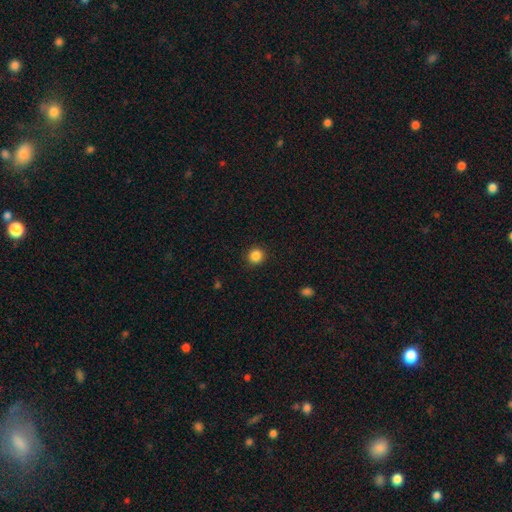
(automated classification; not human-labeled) smooth-or-featured: smooth: 86% | star or artifact: 11% | featured or disk: 3%
  how-rounded: round: 93% | in between: 6% | cigar-shaped: 1%
  merging: none: 92% | minor disturbance: 5% | major disturbance: 2% | merger: 1%